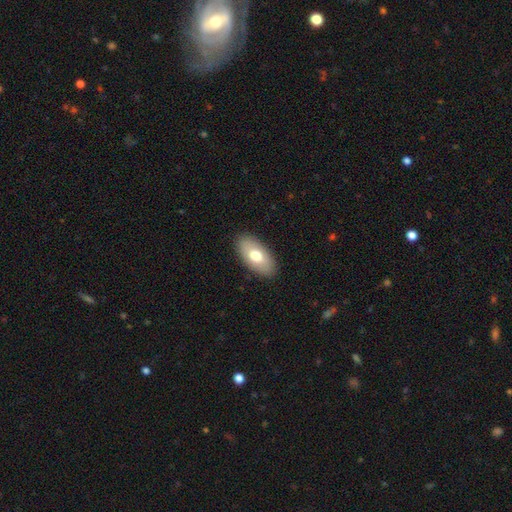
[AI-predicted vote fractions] The model was most divided on "smooth or featured": smooth: 71%, featured or disk: 23%, star or artifact: 6%. More confident: how rounded — in between (94%); merging — none (88%).